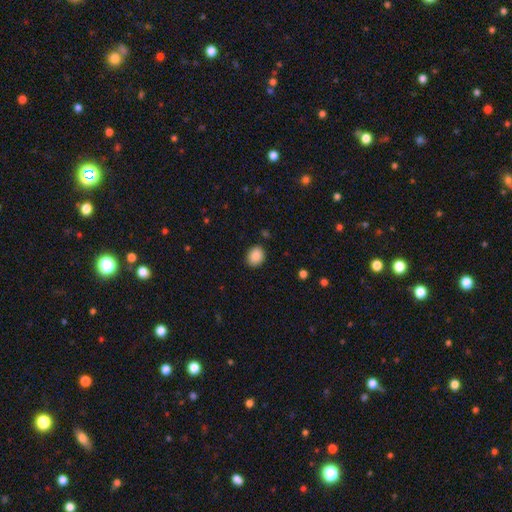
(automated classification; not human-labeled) This appears to be a smooth galaxy with no disk features (88%) that is round (51%). Merging: none (87%).